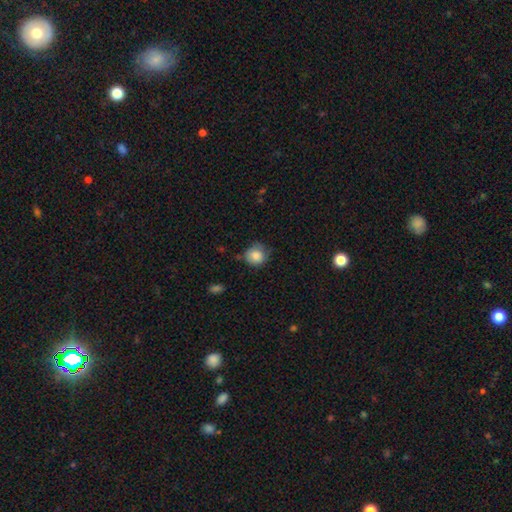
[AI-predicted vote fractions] The model was most divided on "merging": none: 65%, minor disturbance: 27%, major disturbance: 6%, merger: 2%. More confident: how rounded — round (88%); smooth or featured — smooth (84%).